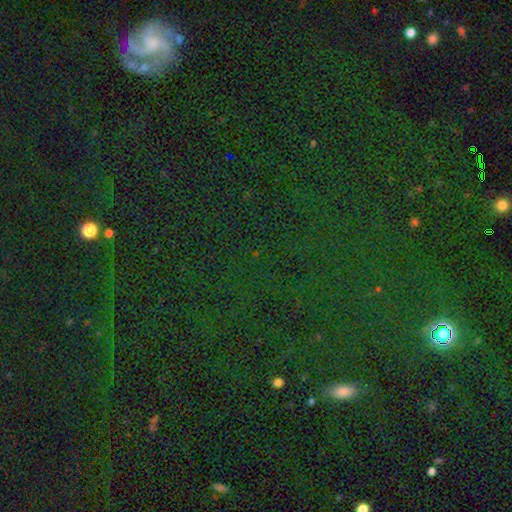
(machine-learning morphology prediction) Q: Smooth or featured?
A: star or artifact (73%); runner-up: smooth (15%)